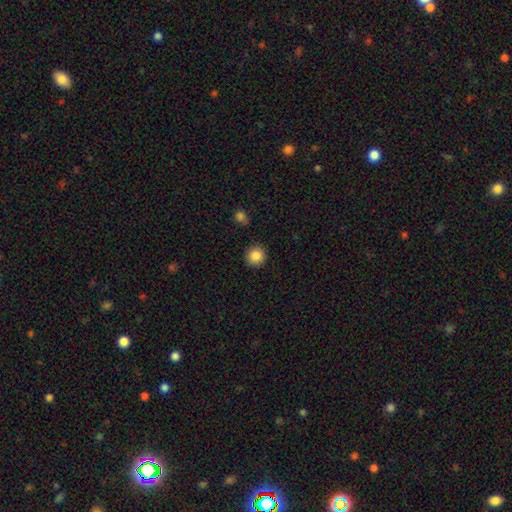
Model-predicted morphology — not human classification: Q: Smooth or featured?
A: smooth (86%); runner-up: star or artifact (9%)
Q: How rounded?
A: round (93%); runner-up: in between (6%)
Q: Merging?
A: none (90%); runner-up: minor disturbance (6%)